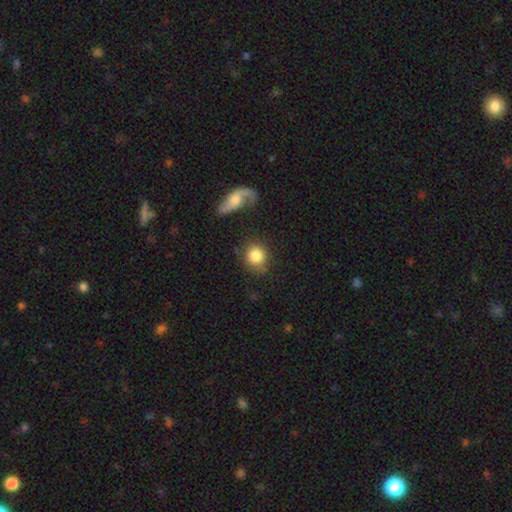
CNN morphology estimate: Smooth or featured: smooth — 81% (featured or disk — 11%)
How rounded: round — 85% (in between — 14%)
Merging: none — 70% (minor disturbance — 16%)